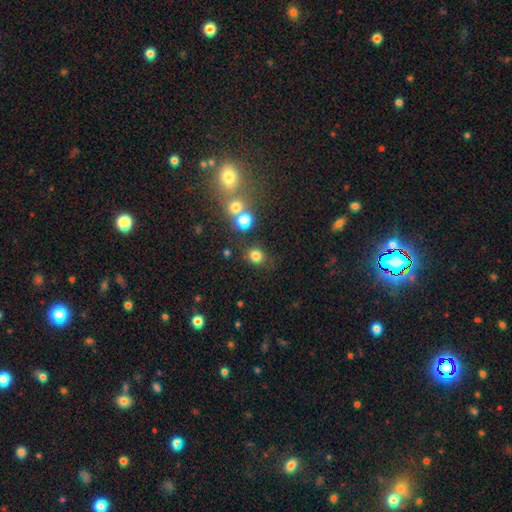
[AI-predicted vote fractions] Smooth or featured: smooth — 79% (star or artifact — 15%)
How rounded: round — 78% (in between — 21%)
Merging: none — 75% (minor disturbance — 11%)